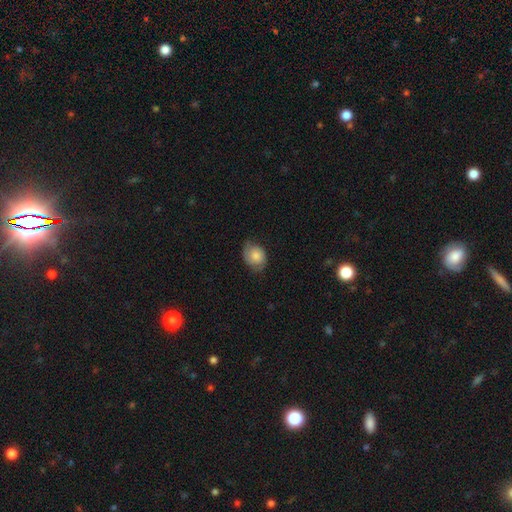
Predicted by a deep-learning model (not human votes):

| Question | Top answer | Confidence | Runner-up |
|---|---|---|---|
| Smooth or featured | smooth | 68% | featured or disk (25%) |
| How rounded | in between | 59% | round (40%) |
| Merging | none | 63% | minor disturbance (28%) |